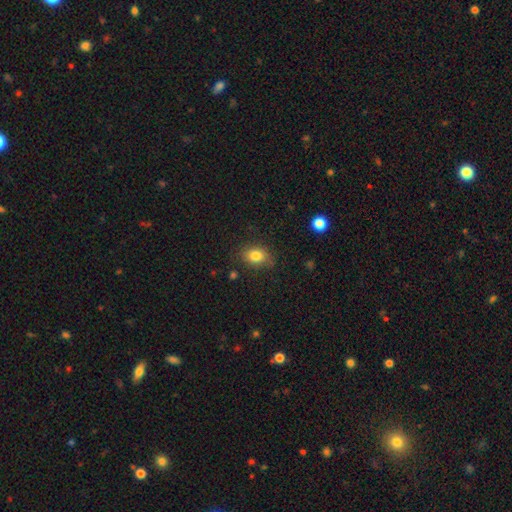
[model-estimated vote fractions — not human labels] Smooth or featured? Predicted: smooth (p=0.82). How rounded? Predicted: in between (p=0.68). Merging? Predicted: none (p=0.78).